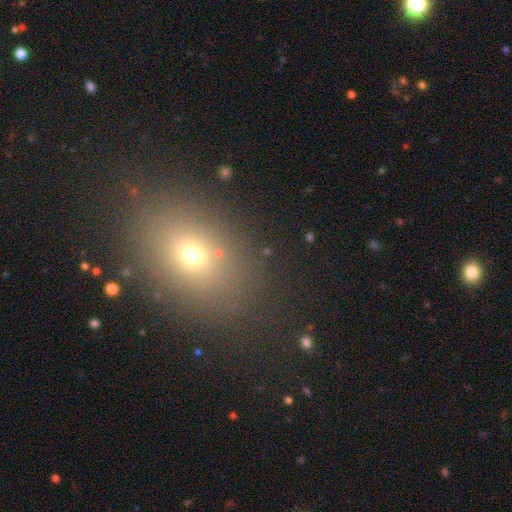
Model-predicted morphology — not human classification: A smooth galaxy with no disk features (63%) that is in between round and cigar-shaped (64%).

Vote fractions:
- Smooth or featured? smooth: 63% / star or artifact: 24% / featured or disk: 12%
- How rounded? in between: 64% / round: 34% / cigar-shaped: 2%
- Merging? none: 85% / minor disturbance: 9% / major disturbance: 4% / merger: 2%